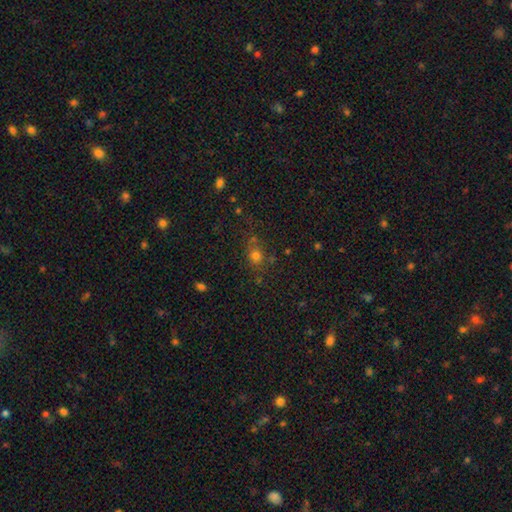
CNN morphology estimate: Smooth or featured? Predicted: smooth (p=0.70). How rounded? Predicted: round (p=0.70). Merging? Predicted: none (p=0.64).